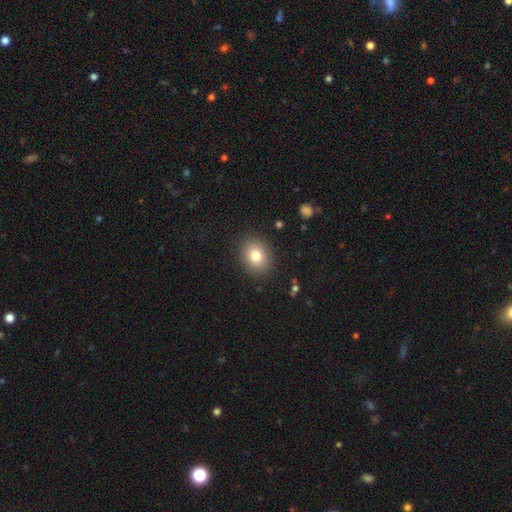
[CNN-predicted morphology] This is likely a smooth galaxy (79%). How rounded: possibly round (57%). Merging: clearly none (88%).